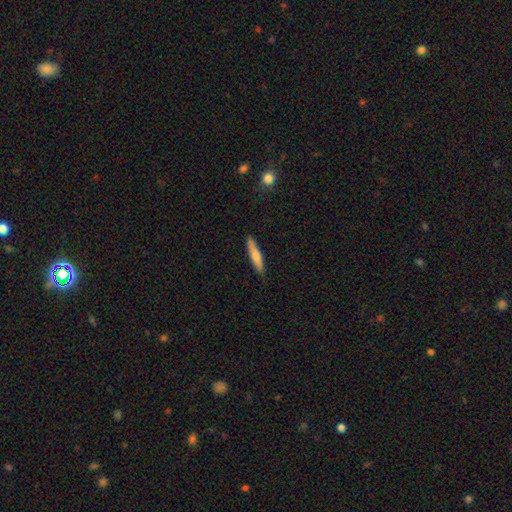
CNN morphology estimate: Smooth or featured?
  - smooth: 67% *
  - featured or disk: 27%
  - star or artifact: 6%
How rounded?
  - cigar-shaped: 89% *
  - in between: 10%
  - round: 1%
Merging?
  - none: 88% *
  - minor disturbance: 9%
  - major disturbance: 2%
  - merger: 1%